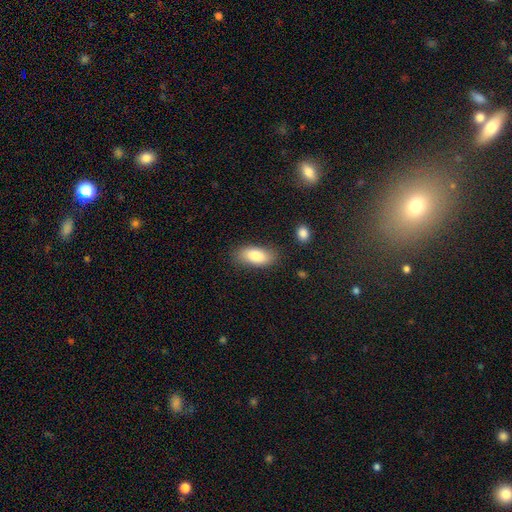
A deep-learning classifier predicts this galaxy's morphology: smooth 85%, featured or disk 9%, star or artifact 7%. Down the decision tree: how rounded — in between (88%); merging — none (79%).